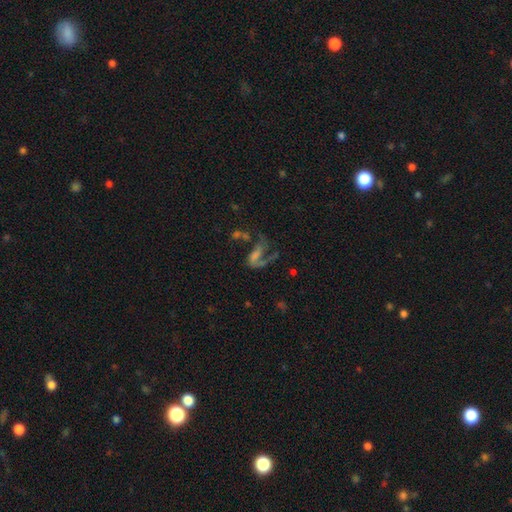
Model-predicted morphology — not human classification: Smooth or featured: featured or disk — 62% (smooth — 20%)
Edge-on disk: no — 94% (yes — 6%)
Bar: no — 48% (weak — 33%)
Spiral arms: yes — 73% (no — 27%)
Bulge size: none — 35% (small — 30%)
Merging: major disturbance — 38% (none — 32%)